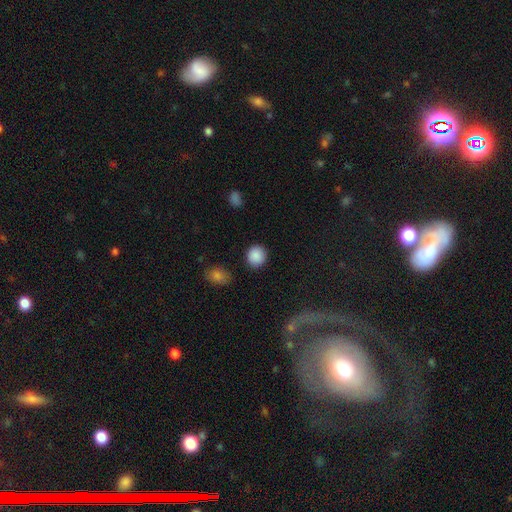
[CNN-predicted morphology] This appears to be a smooth galaxy with no disk features (88%) that is round (86%). Merging: none (88%).